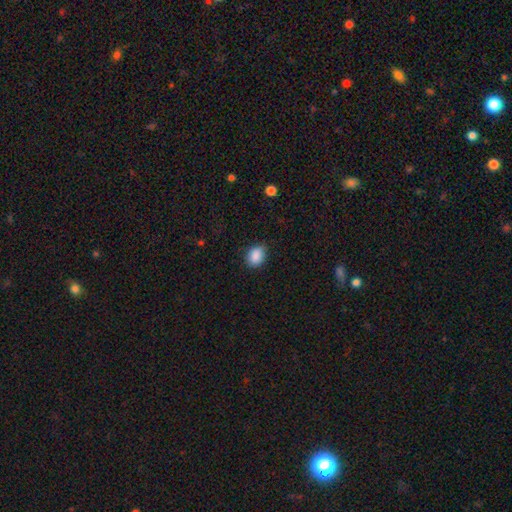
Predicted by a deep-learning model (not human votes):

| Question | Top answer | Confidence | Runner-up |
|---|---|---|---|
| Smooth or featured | smooth | 89% | star or artifact (8%) |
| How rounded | in between | 67% | round (32%) |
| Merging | none | 80% | minor disturbance (16%) |